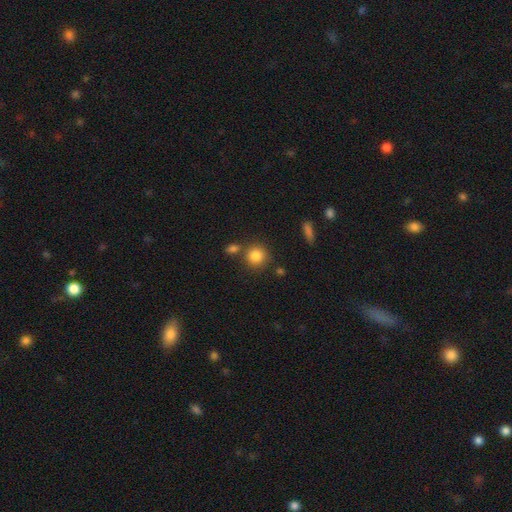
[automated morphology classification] smooth_or_featured: smooth (p=0.84) [alt: star or artifact p=0.10]
how_rounded: round (p=0.89) [alt: in between p=0.10]
merging: none (p=0.74) [alt: merger p=0.13]